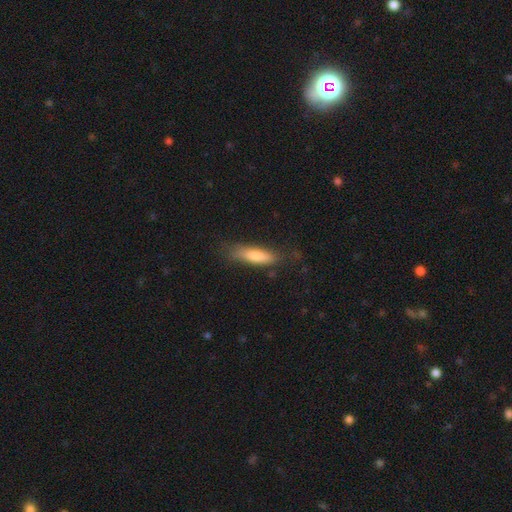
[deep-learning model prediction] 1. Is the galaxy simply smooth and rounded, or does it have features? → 71% smooth, 22% featured or disk, 7% star or artifact.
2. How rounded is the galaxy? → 70% cigar-shaped, 29% in between, 2% round.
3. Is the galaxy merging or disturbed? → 74% none, 19% minor disturbance, 6% major disturbance, 2% merger.